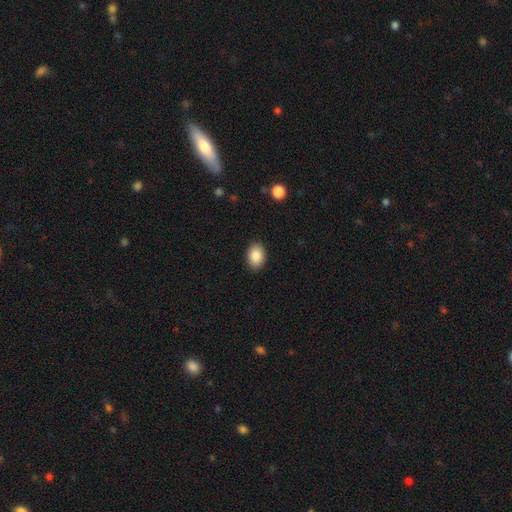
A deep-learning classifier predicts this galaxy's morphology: Q: Smooth or featured?
A: smooth (87%); runner-up: star or artifact (7%)
Q: How rounded?
A: in between (83%); runner-up: round (16%)
Q: Merging?
A: none (90%); runner-up: minor disturbance (8%)